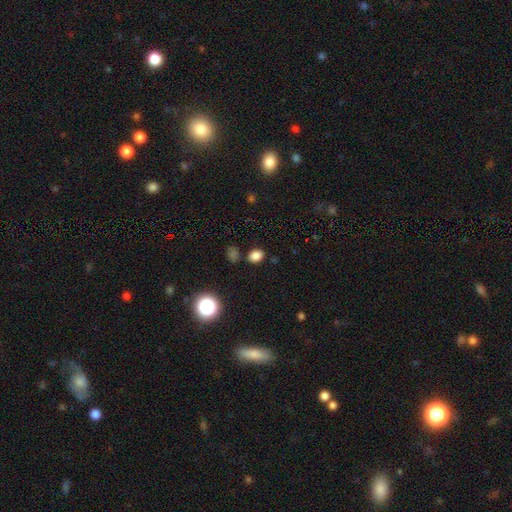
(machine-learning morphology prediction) The model was most divided on "how rounded": in between: 66%, round: 33%, cigar-shaped: 1%. More confident: merging — none (82%); smooth or featured — smooth (81%).